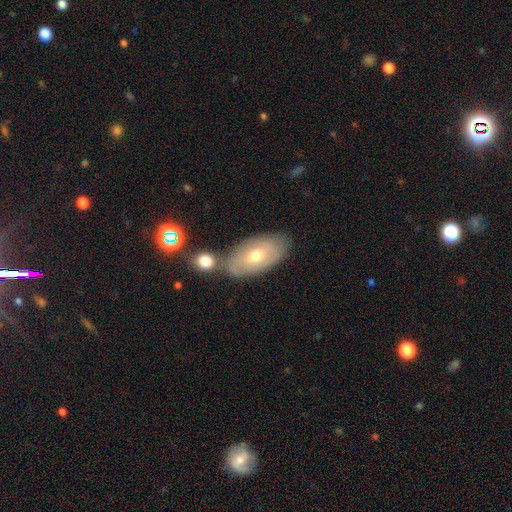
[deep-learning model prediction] Smooth or featured? Predicted: smooth (p=0.46). Merging? Predicted: none (p=0.69).